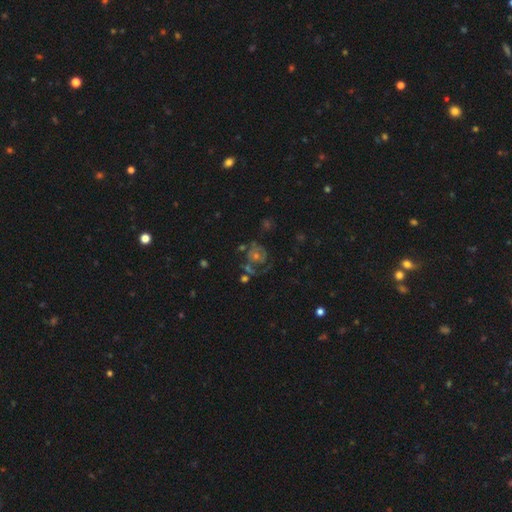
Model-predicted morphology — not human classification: smooth_or_featured: featured or disk (p=0.56) [alt: star or artifact p=0.23]
disk_edge_on: no (p=0.97) [alt: yes p=0.03]
bar: no (p=0.78) [alt: weak p=0.17]
has_spiral_arms: yes (p=0.72) [alt: no p=0.28]
bulge_size: moderate (p=0.44) [tied with: small p=0.44]
merging: none (p=0.56) [alt: minor disturbance p=0.17]